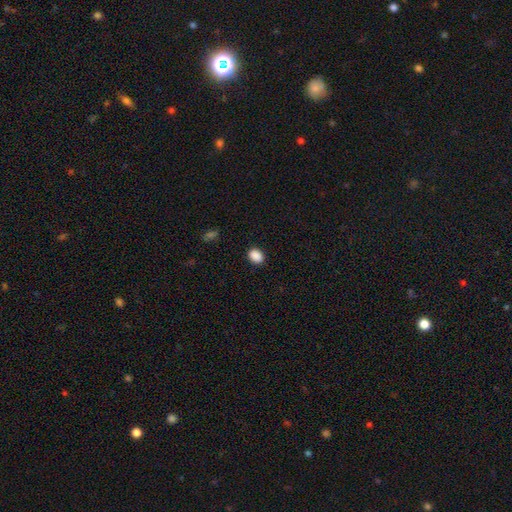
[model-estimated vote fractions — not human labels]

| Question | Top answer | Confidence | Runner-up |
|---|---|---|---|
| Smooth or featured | smooth | 90% | star or artifact (8%) |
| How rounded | in between | 69% | round (30%) |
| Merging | none | 89% | minor disturbance (8%) |